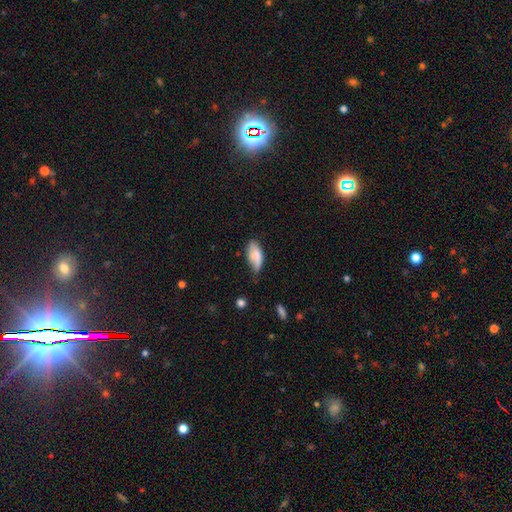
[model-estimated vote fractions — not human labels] Overall: smooth (72%). How rounded: in between (87%). Merging: none (47%; minor disturbance 40%).